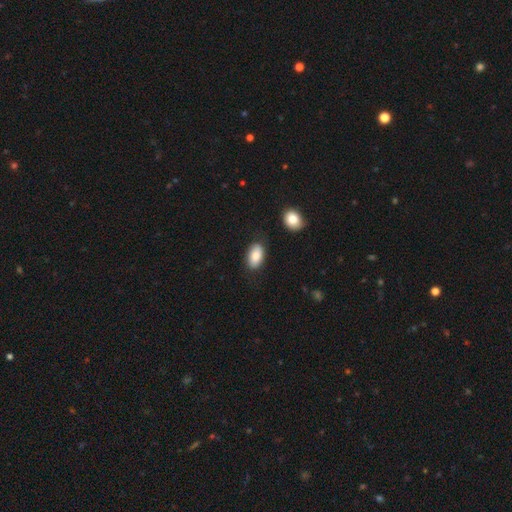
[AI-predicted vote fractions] Q: Smooth or featured?
A: smooth (86%); runner-up: featured or disk (7%)
Q: How rounded?
A: in between (93%); runner-up: round (5%)
Q: Merging?
A: none (80%); runner-up: minor disturbance (14%)